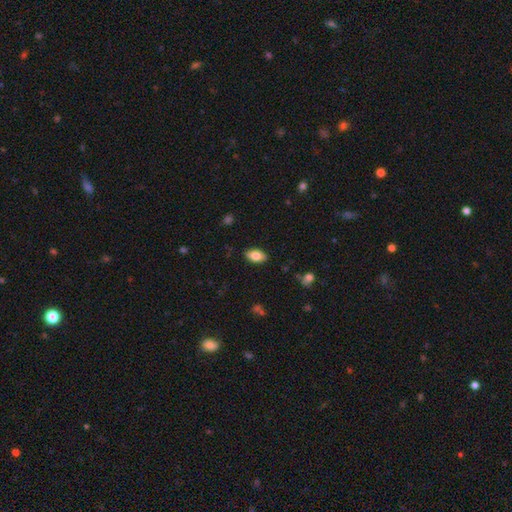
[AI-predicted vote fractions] Smooth or featured? Predicted: smooth (p=0.82). How rounded? Predicted: in between (p=0.92). Merging? Predicted: none (p=0.87).